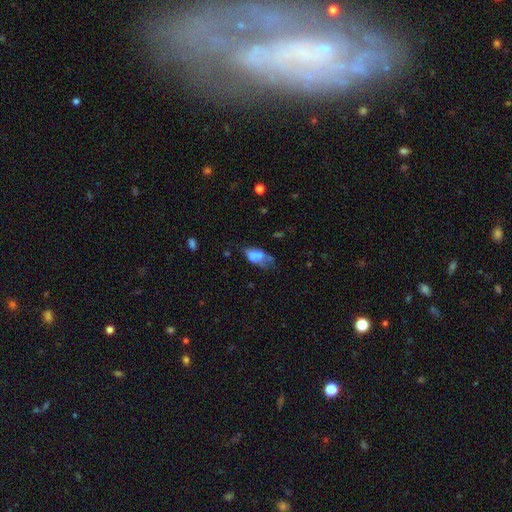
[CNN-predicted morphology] Smooth or featured?
  - smooth: 58% *
  - featured or disk: 32%
  - star or artifact: 11%
How rounded?
  - in between: 85% *
  - round: 8%
  - cigar-shaped: 7%
Merging?
  - merger: 30% *
  - none: 28%
  - minor disturbance: 22%
  - major disturbance: 20%